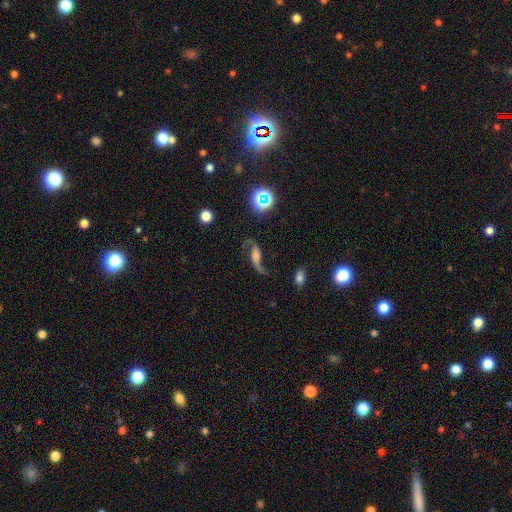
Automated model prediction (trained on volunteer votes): Smooth or featured: featured or disk — 78% (star or artifact — 11%)
Edge-on disk: no — 93% (yes — 7%)
Bar: no — 44% (weak — 36%)
Spiral arms: yes — 95% (no — 5%)
Spiral winding: loose — 89% (medium — 9%)
Spiral arm count: 2 — 91% (1 — 4%)
Bulge size: moderate — 28% (none — 27%)
Merging: none — 64% (minor disturbance — 16%)